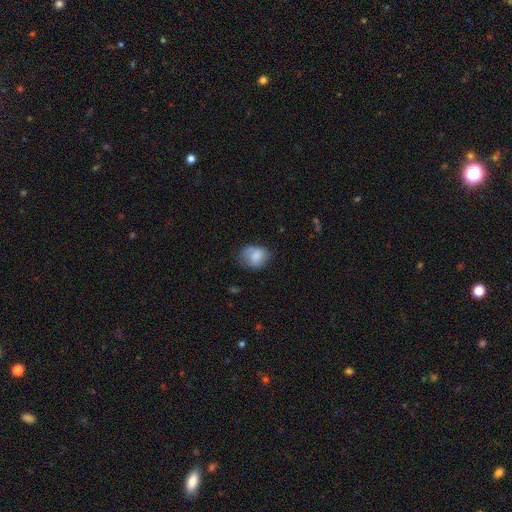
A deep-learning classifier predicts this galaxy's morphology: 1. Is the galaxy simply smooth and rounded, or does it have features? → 76% smooth, 17% featured or disk, 8% star or artifact.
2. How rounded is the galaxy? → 59% in between, 40% round, 1% cigar-shaped.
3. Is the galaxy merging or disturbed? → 54% none, 32% minor disturbance, 12% major disturbance, 2% merger.